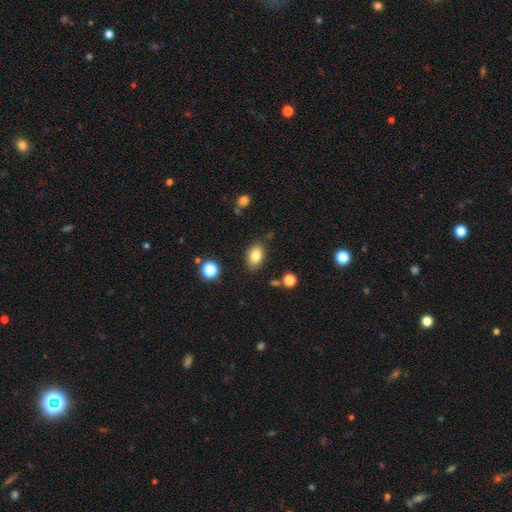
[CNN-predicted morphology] smooth_or_featured: smooth (p=0.82) [alt: star or artifact p=0.09]
how_rounded: in between (p=0.85) [alt: round p=0.13]
merging: none (p=0.82) [alt: minor disturbance p=0.12]